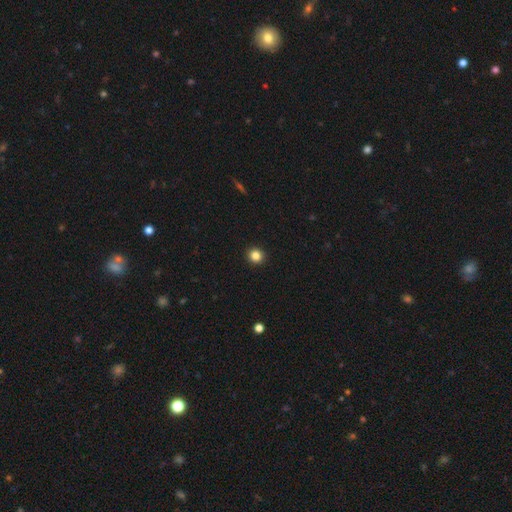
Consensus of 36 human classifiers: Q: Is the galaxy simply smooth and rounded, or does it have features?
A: smooth — 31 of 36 (86%).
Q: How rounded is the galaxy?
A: round — 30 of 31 (97%).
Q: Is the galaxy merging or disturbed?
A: none — 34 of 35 (97%).